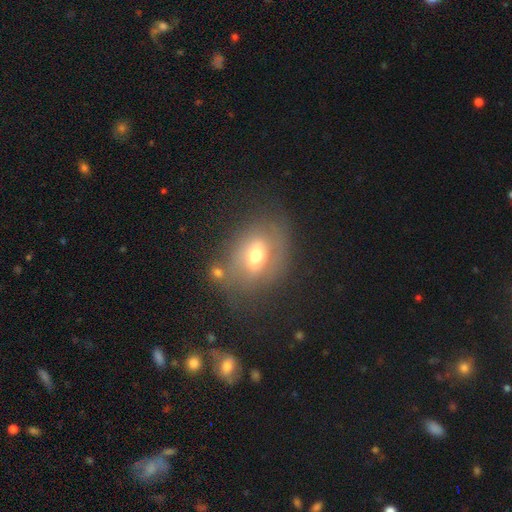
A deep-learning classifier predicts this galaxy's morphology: A smooth galaxy with no disk features (51%) that is in between round and cigar-shaped (69%).

Vote fractions:
- Smooth or featured? smooth: 51% / featured or disk: 38% / star or artifact: 11%
- How rounded? in between: 69% / round: 28% / cigar-shaped: 2%
- Merging? none: 60% / minor disturbance: 21% / major disturbance: 11% / merger: 8%